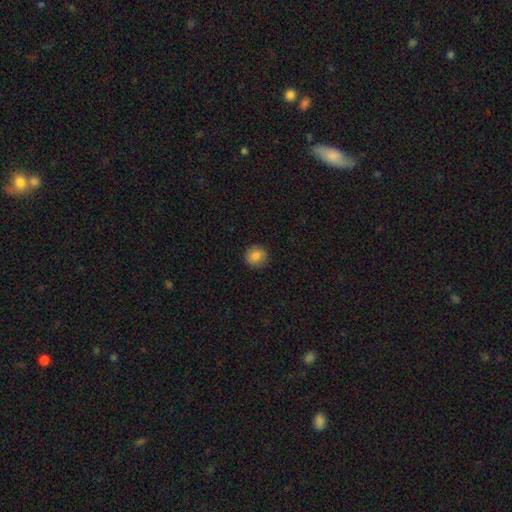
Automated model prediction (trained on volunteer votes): smooth 82%, featured or disk 9%, star or artifact 9%. Down the decision tree: how rounded — round (90%); merging — none (88%).